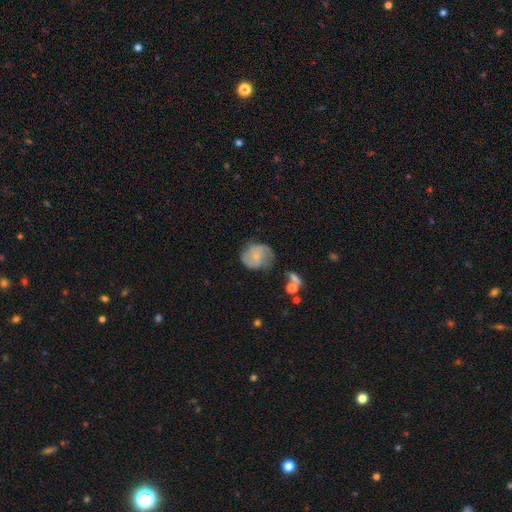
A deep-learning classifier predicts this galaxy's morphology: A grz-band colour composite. It shows a featured or disk galaxy (58%) with no bar (63%), spiral arms (88%) and a small central bulge (63%). Merging: none (57%).